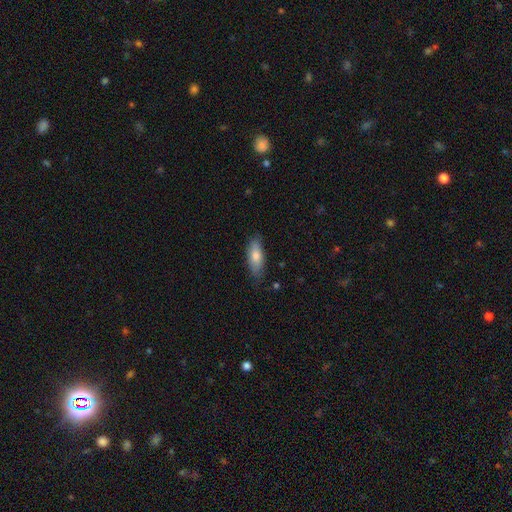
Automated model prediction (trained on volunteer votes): This appears to be a smooth galaxy with no disk features (76%) that is in between round and cigar-shaped (69%). Merging: none (80%).